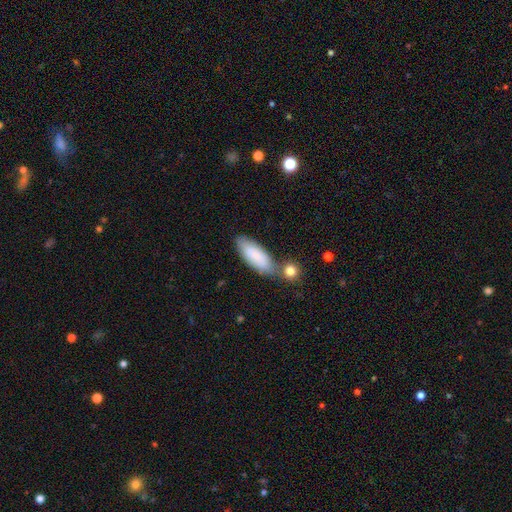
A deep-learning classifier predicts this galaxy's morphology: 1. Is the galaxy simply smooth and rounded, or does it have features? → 83% smooth, 11% featured or disk, 6% star or artifact.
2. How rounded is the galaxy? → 72% in between, 26% cigar-shaped, 2% round.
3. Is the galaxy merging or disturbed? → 60% none, 19% merger, 17% minor disturbance, 4% major disturbance.